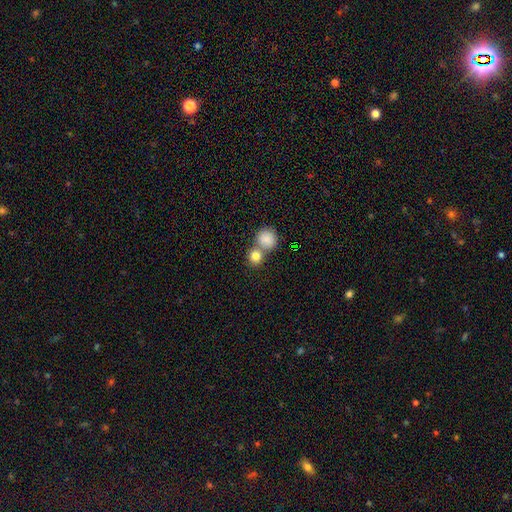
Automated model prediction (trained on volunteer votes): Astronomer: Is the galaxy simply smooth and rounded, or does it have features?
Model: smooth — 83%.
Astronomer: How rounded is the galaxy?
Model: round — 85%.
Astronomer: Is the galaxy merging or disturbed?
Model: none — 48% (runner-up: merger, 43%).